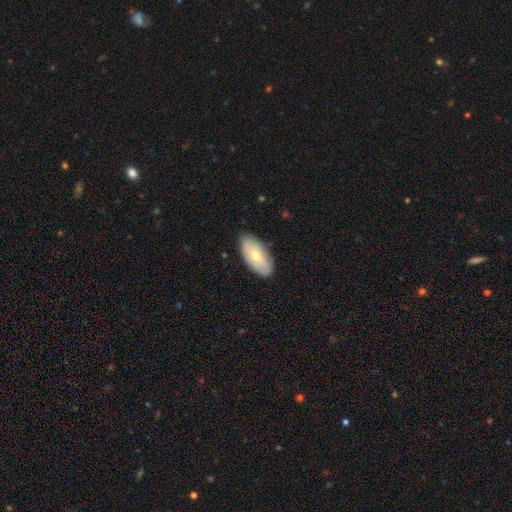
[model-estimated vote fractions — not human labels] A smooth galaxy with no disk features (60%) that is in between round and cigar-shaped (93%).

Vote fractions:
- Smooth or featured? smooth: 60% / featured or disk: 34% / star or artifact: 6%
- How rounded? in between: 93% / cigar-shaped: 4% / round: 3%
- Merging? none: 84% / minor disturbance: 13% / major disturbance: 2% / merger: 1%